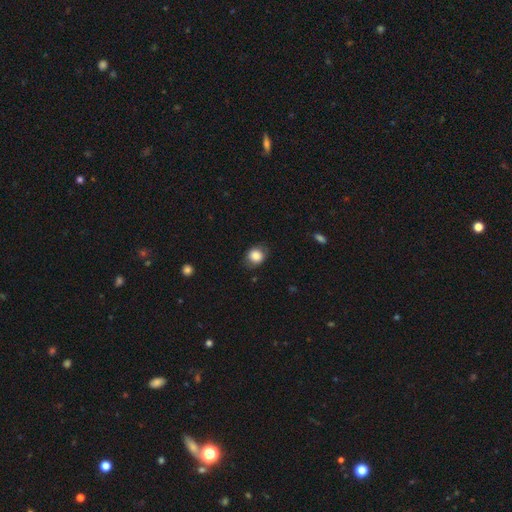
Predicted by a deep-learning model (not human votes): Q: Smooth or featured?
A: smooth (83%); runner-up: star or artifact (9%)
Q: How rounded?
A: round (68%); runner-up: in between (32%)
Q: Merging?
A: none (78%); runner-up: minor disturbance (16%)